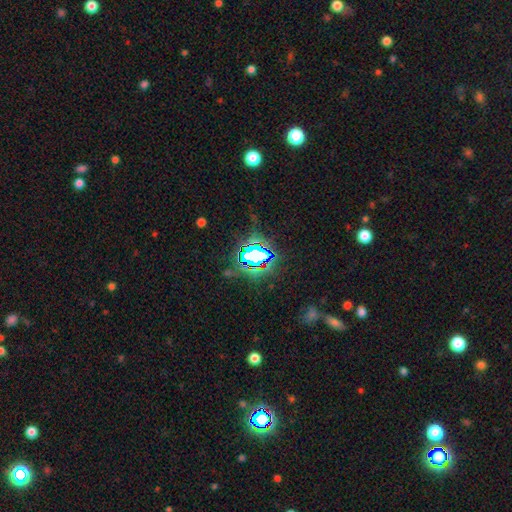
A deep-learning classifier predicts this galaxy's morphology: Smooth or featured?
  - star or artifact: 73% *
  - smooth: 15%
  - featured or disk: 12%